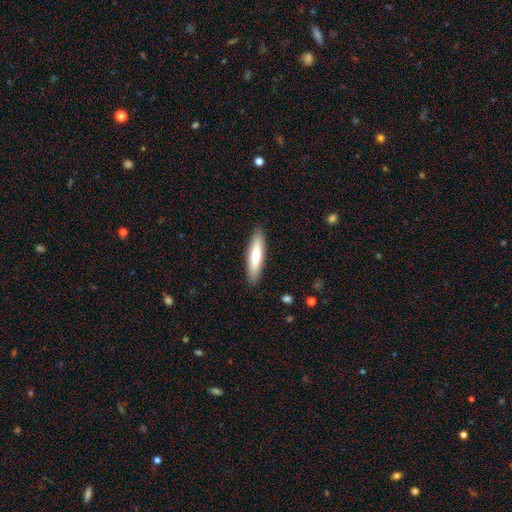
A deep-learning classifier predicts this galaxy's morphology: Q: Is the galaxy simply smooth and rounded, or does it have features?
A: smooth — 67%.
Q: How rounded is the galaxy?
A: cigar-shaped — 79%.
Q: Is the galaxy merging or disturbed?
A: none — 89%.